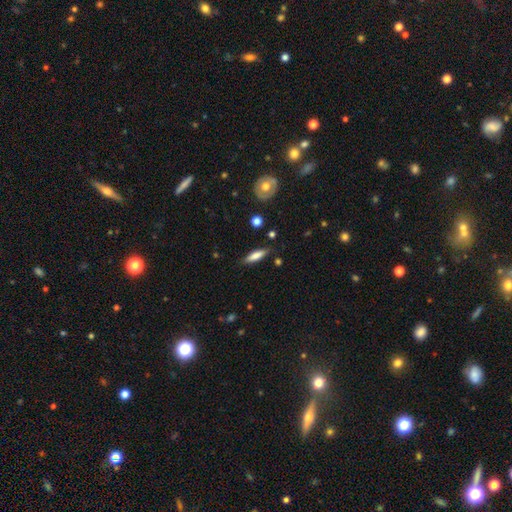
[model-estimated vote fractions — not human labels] Overall: smooth (71%). How rounded: cigar-shaped (63%; in between 35%). Merging: none (82%).